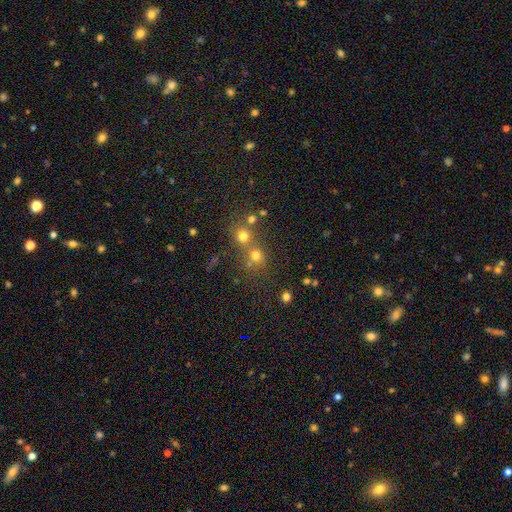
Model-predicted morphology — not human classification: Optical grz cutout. It shows a smooth galaxy with no disk features (70%) that is round (85%). Merging: none (53%).